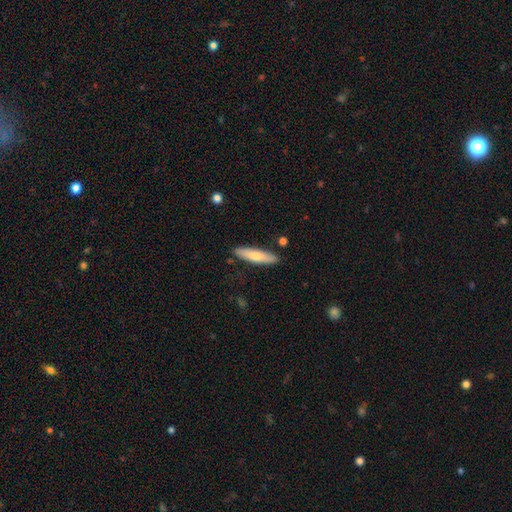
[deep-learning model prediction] Smooth or featured? smooth (68%)
How rounded? cigar-shaped (76%)
Merging? none (87%)